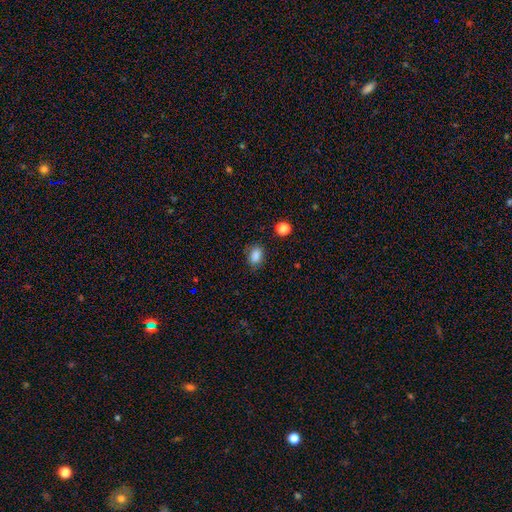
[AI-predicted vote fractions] Smooth or featured? Predicted: smooth (p=0.85). How rounded? Predicted: in between (p=0.77). Merging? Predicted: none (p=0.78).